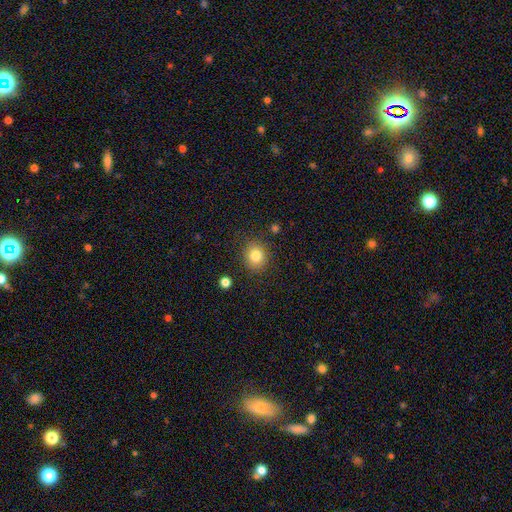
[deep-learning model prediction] Smooth or featured: smooth — 83% (star or artifact — 10%)
How rounded: round — 80% (in between — 20%)
Merging: none — 86% (minor disturbance — 9%)